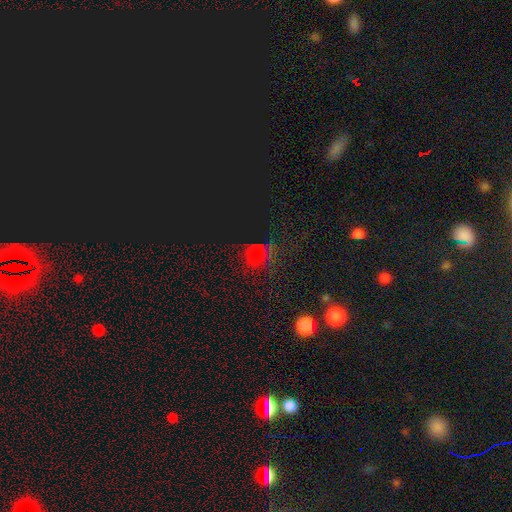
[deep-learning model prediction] Overall: smooth (48%; star or artifact 41%). Merging: none (62%).